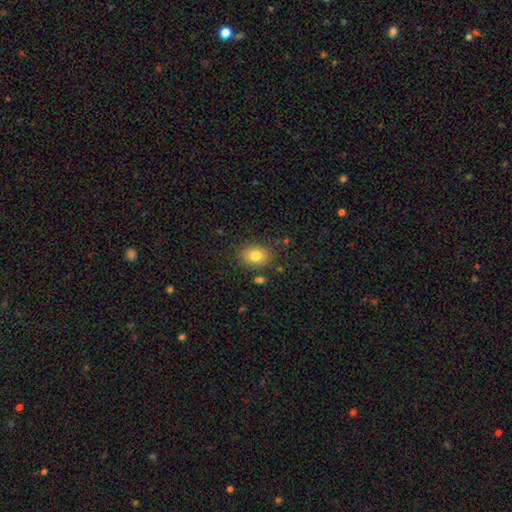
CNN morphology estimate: smooth-or-featured: smooth: 81% | featured or disk: 10% | star or artifact: 9%
  how-rounded: in between: 67% | round: 32% | cigar-shaped: 1%
  merging: none: 81% | minor disturbance: 12% | major disturbance: 4% | merger: 3%